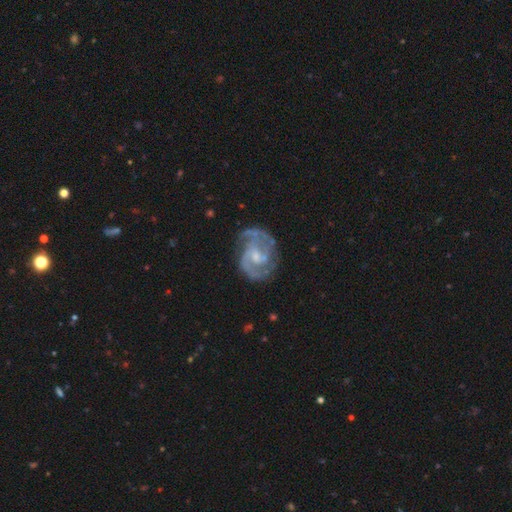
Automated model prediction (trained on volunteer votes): A featured or disk galaxy (90%) with a weak bar (53%), 2 (69%) medium (51%) spiral arms (97%) and a small central bulge (49%). Merging: none (70%).